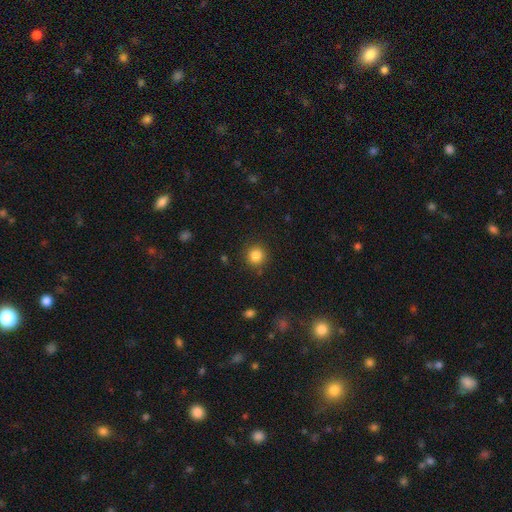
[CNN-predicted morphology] A smooth galaxy with no disk features (84%) that is round (93%).

Vote fractions:
- Smooth or featured? smooth: 84% / star or artifact: 11% / featured or disk: 4%
- How rounded? round: 93% / in between: 6% / cigar-shaped: 1%
- Merging? none: 89% / minor disturbance: 7% / major disturbance: 3% / merger: 2%